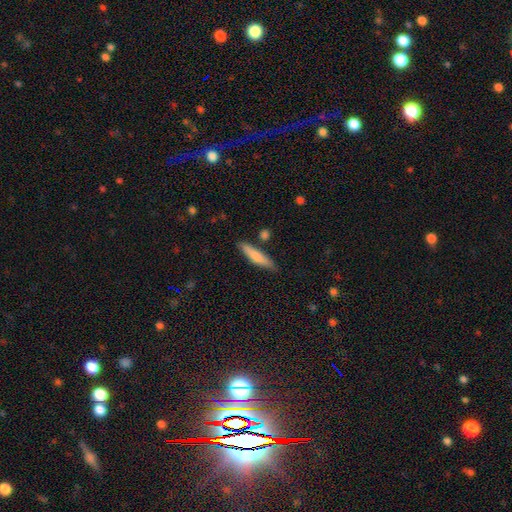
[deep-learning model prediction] Smooth or featured? Predicted: smooth (p=0.72). How rounded? Predicted: cigar-shaped (p=0.82). Merging? Predicted: none (p=0.81).